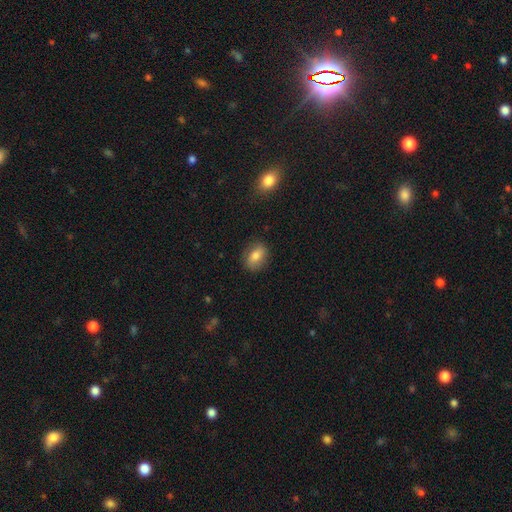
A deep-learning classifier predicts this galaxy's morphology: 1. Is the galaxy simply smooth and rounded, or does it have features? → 77% smooth, 14% featured or disk, 9% star or artifact.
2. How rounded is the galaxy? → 68% in between, 30% round, 2% cigar-shaped.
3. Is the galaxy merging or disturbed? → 82% none, 13% minor disturbance, 3% major disturbance, 1% merger.